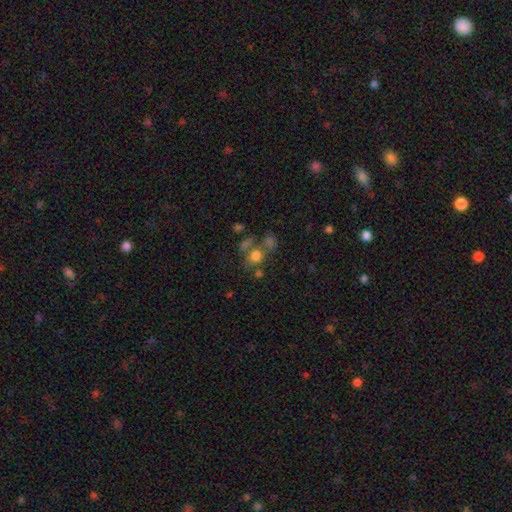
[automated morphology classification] type=smooth (69%); roundness=round (73%); merging=none (45%).